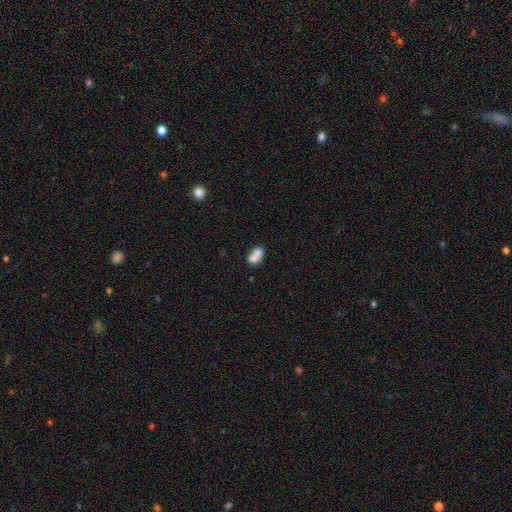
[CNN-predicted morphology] smooth-or-featured: smooth: 72% | featured or disk: 19% | star or artifact: 10%
  how-rounded: in between: 67% | round: 31% | cigar-shaped: 2%
  merging: merger: 62% | none: 25% | minor disturbance: 9% | major disturbance: 4%